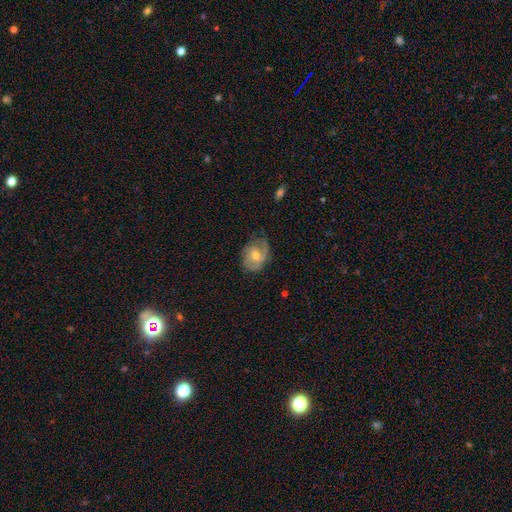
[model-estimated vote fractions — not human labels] This appears to be a featured or disk galaxy (69%) with no bar (61%), 2 (50%) medium (42%) spiral arms (88%) and a moderate central bulge (55%). Merging: none (61%).